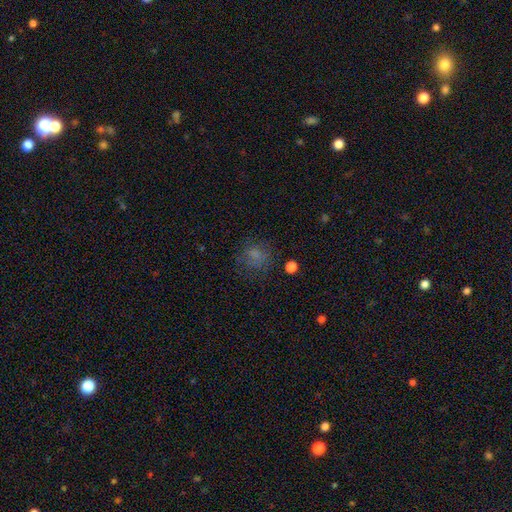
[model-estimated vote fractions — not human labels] Smooth or featured? smooth (69%)
How rounded? round (75%)
Merging? none (67%)